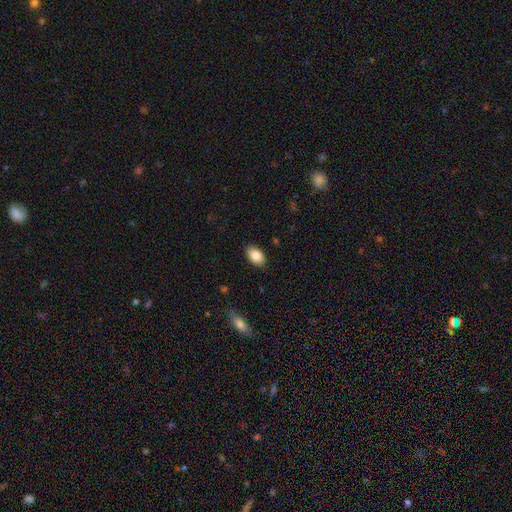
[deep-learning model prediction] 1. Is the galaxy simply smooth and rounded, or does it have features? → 86% smooth, 7% star or artifact, 6% featured or disk.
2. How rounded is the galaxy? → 92% in between, 6% round, 2% cigar-shaped.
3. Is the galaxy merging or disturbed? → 88% none, 9% minor disturbance, 2% major disturbance, 1% merger.